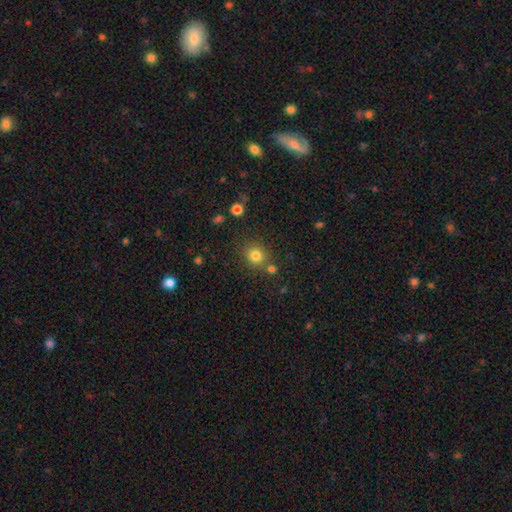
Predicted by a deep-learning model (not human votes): Smooth or featured?
  - smooth: 80% *
  - star or artifact: 14%
  - featured or disk: 7%
How rounded?
  - round: 84% *
  - in between: 15%
  - cigar-shaped: 1%
Merging?
  - none: 76% *
  - merger: 11%
  - minor disturbance: 10%
  - major disturbance: 3%